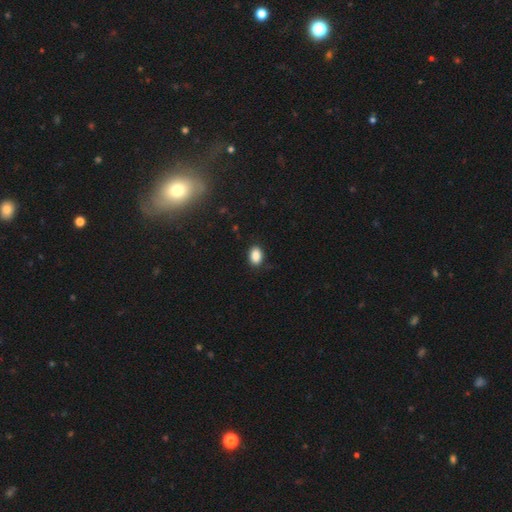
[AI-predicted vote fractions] smooth 87%, star or artifact 9%, featured or disk 4%. Down the decision tree: how rounded — in between (84%); merging — none (85%).